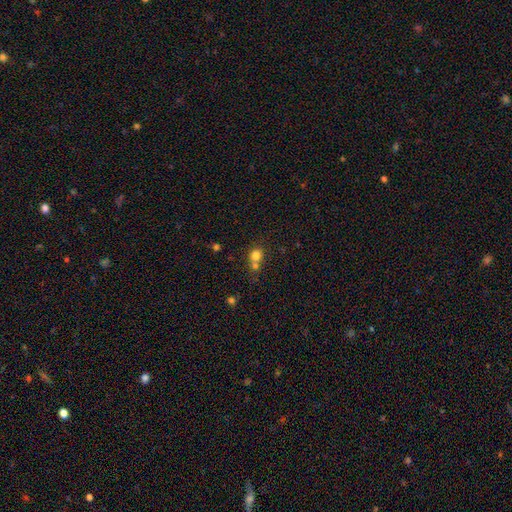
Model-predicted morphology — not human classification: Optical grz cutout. It shows a smooth galaxy with no disk features (78%) that is round (82%). Merging: none (46%).